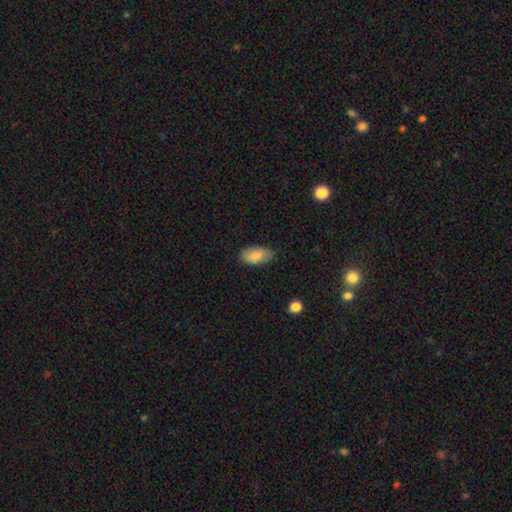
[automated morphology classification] This is clearly a smooth galaxy (82%). How rounded: clearly in between (94%). Merging: likely none (74%).